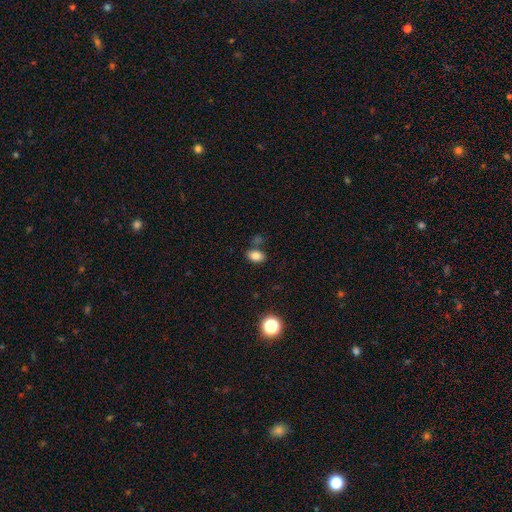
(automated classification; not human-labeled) Smooth or featured?
  - smooth: 83% *
  - star or artifact: 11%
  - featured or disk: 6%
How rounded?
  - in between: 81% *
  - round: 17%
  - cigar-shaped: 1%
Merging?
  - none: 74% *
  - minor disturbance: 12%
  - merger: 10%
  - major disturbance: 4%